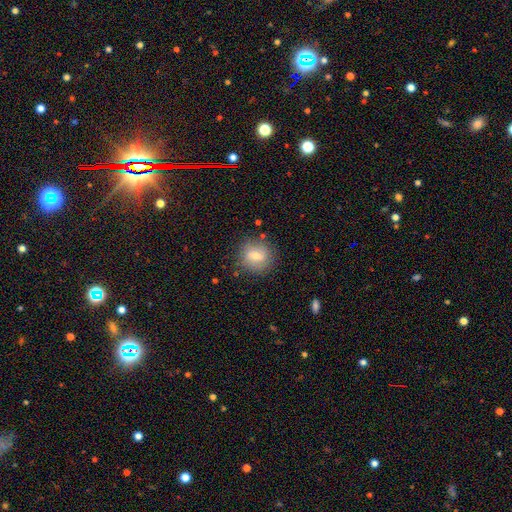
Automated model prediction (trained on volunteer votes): Smooth or featured?
  - smooth: 63% *
  - featured or disk: 28%
  - star or artifact: 9%
How rounded?
  - round: 86% *
  - in between: 13%
  - cigar-shaped: 1%
Merging?
  - none: 83% *
  - minor disturbance: 12%
  - major disturbance: 4%
  - merger: 2%